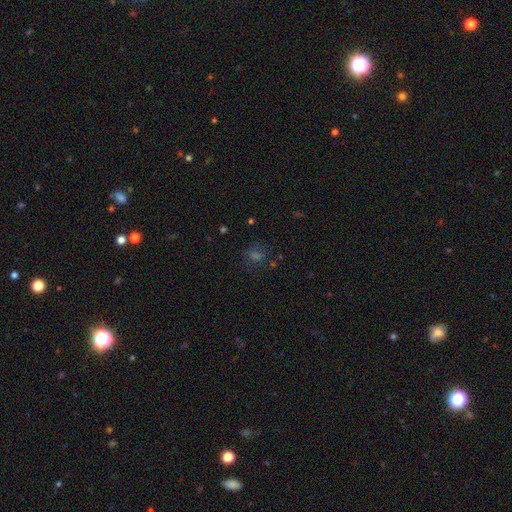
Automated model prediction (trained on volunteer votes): The model was most divided on "smooth or featured": smooth: 46%, star or artifact: 39%, featured or disk: 15%. More confident: merging — none (75%).